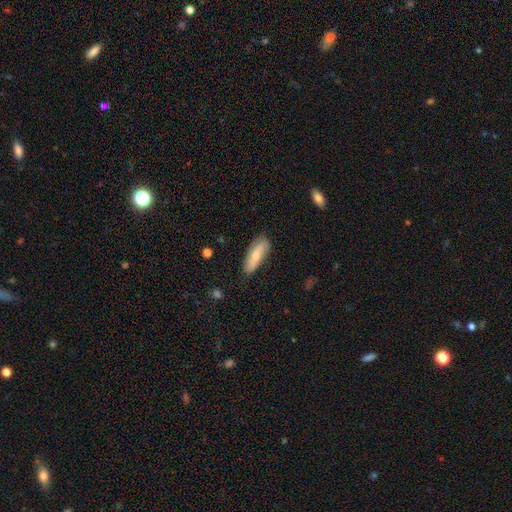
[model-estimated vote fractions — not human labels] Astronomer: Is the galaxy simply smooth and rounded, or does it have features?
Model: smooth — 67%.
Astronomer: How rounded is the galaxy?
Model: in between — 55% (runner-up: cigar-shaped, 43%).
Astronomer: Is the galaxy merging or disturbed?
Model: none — 75%.